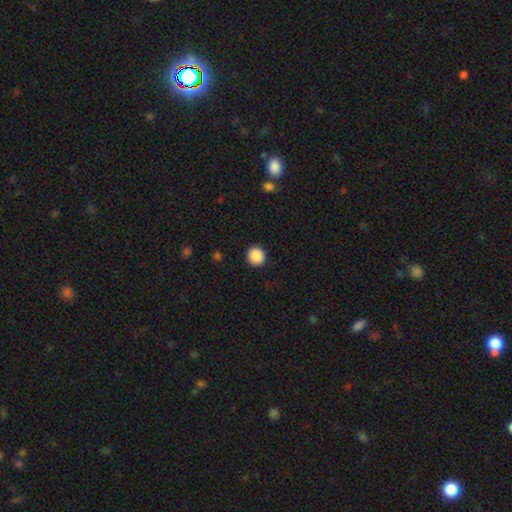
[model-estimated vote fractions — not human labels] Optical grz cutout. It shows a smooth galaxy with no disk features (89%) that is round (93%). Merging: none (92%).